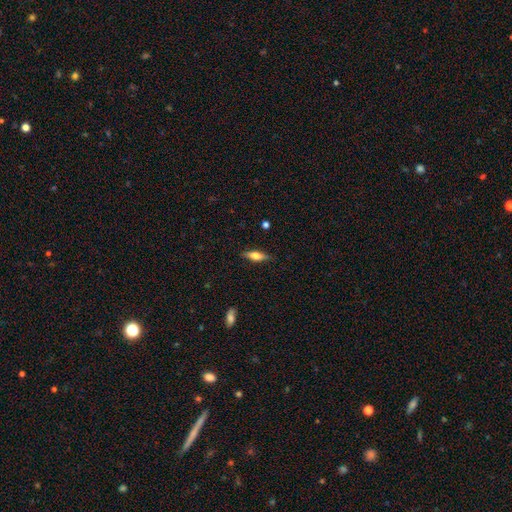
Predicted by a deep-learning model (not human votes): Overall: smooth (58%; featured or disk 35%). How rounded: in between (51%; cigar-shaped 47%). Merging: none (85%).